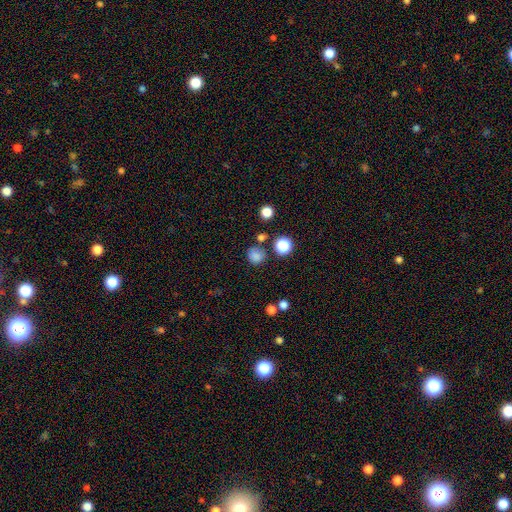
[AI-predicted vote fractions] smooth-or-featured: smooth: 79% | star or artifact: 15% | featured or disk: 6%
  how-rounded: round: 87% | in between: 12% | cigar-shaped: 1%
  merging: none: 72% | minor disturbance: 14% | merger: 9% | major disturbance: 5%